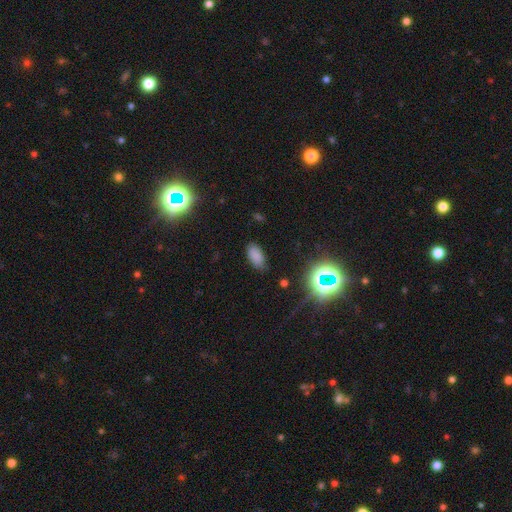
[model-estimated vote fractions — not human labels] A smooth galaxy with no disk features (77%) that is in between round and cigar-shaped (93%). Merging: none (81%).